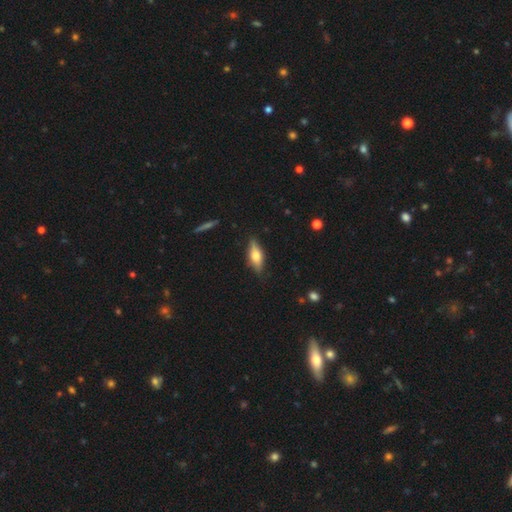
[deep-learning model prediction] Morphology: type=smooth (55%); roundness=in between (63%); merging=none (84%).